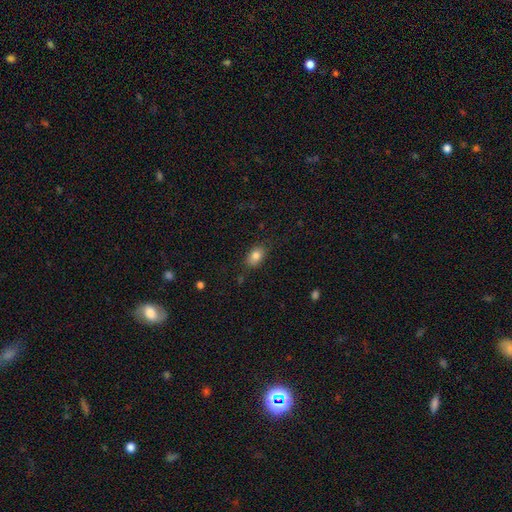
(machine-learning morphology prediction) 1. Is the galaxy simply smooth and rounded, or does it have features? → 82% smooth, 9% star or artifact, 9% featured or disk.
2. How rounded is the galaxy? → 85% in between, 13% round, 2% cigar-shaped.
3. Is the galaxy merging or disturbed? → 80% none, 15% minor disturbance, 3% major disturbance, 2% merger.